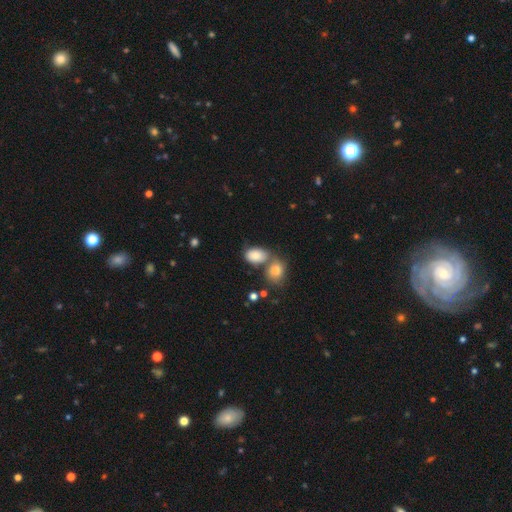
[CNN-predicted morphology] Q: Smooth or featured?
A: smooth (84%); runner-up: star or artifact (8%)
Q: How rounded?
A: in between (84%); runner-up: round (14%)
Q: Merging?
A: merger (42%); runner-up: none (40%)